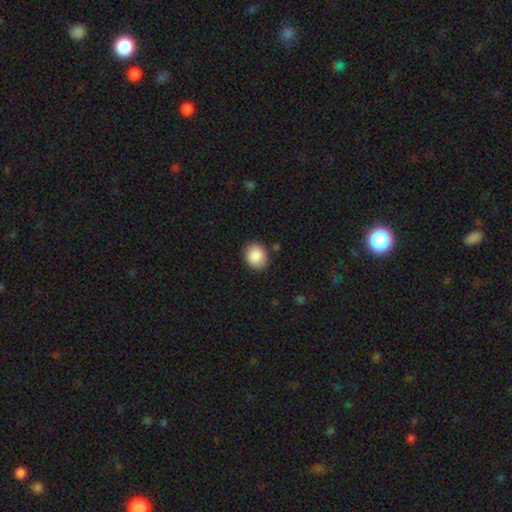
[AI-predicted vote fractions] smooth_or_featured: smooth (p=0.88) [alt: star or artifact p=0.07]
how_rounded: round (p=0.62) [alt: in between p=0.37]
merging: none (p=0.85) [alt: minor disturbance p=0.11]